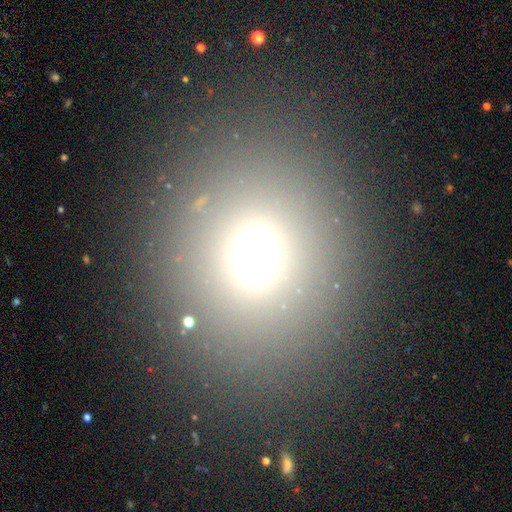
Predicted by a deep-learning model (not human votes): The model was most divided on "smooth or featured": smooth: 64%, star or artifact: 25%, featured or disk: 10%. More confident: merging — none (86%); how rounded — round (79%).